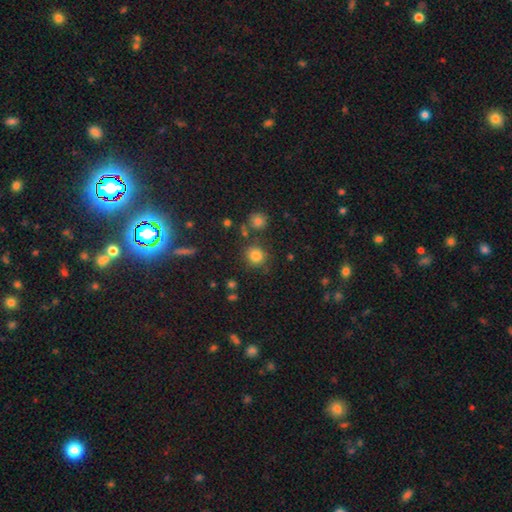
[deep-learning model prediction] This appears to be a smooth galaxy with no disk features (80%) that is round (87%). Merging: none (79%).